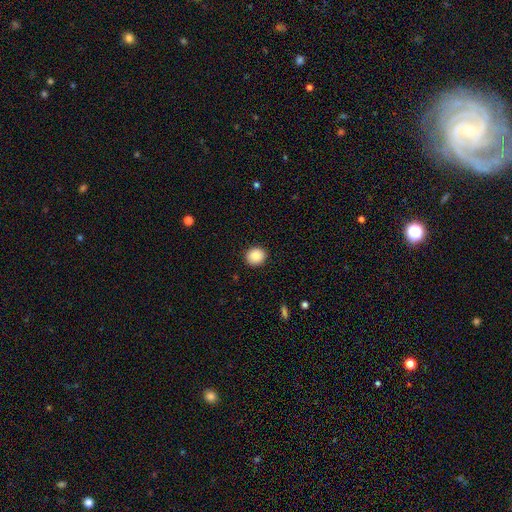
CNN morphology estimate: This appears to be a smooth galaxy with no disk features (88%) that is round (82%). Merging: none (91%).